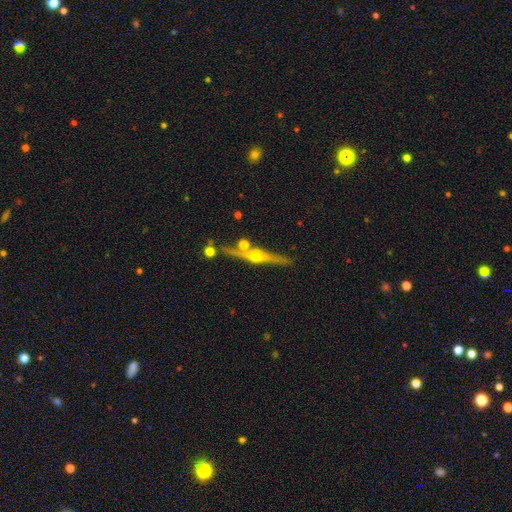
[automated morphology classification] Smooth or featured?
  - featured or disk: 82% *
  - smooth: 12%
  - star or artifact: 6%
Edge-on disk?
  - yes: 97% *
  - no: 3%
Edge-on bulge?
  - rounded: 94% *
  - boxy: 4%
  - none: 3%
Merging?
  - none: 79% *
  - minor disturbance: 10%
  - merger: 8%
  - major disturbance: 3%